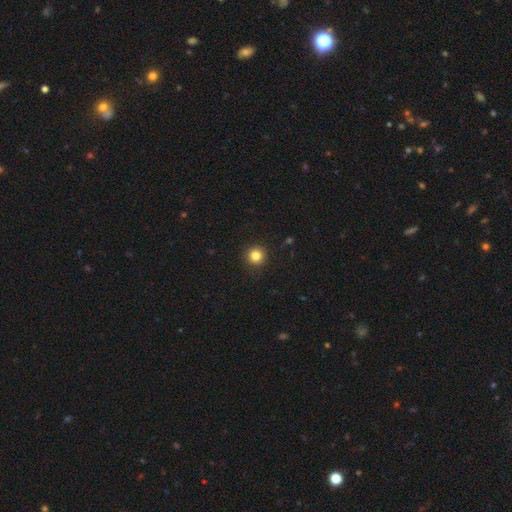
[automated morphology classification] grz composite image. It shows a smooth galaxy with no disk features (83%) that is round (95%). Merging: none (92%).